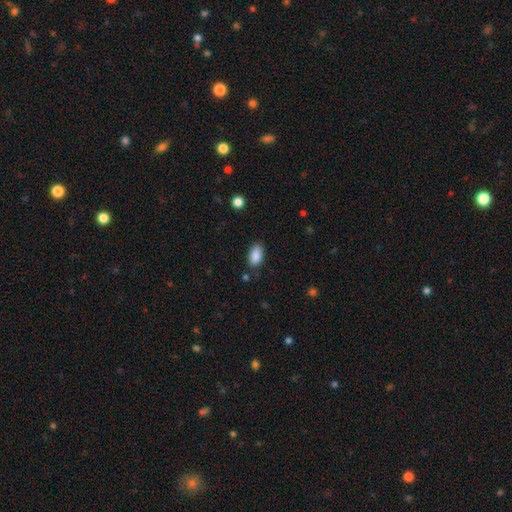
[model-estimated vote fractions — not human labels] Morphology: type=smooth (88%); roundness=in between (93%); merging=none (80%).